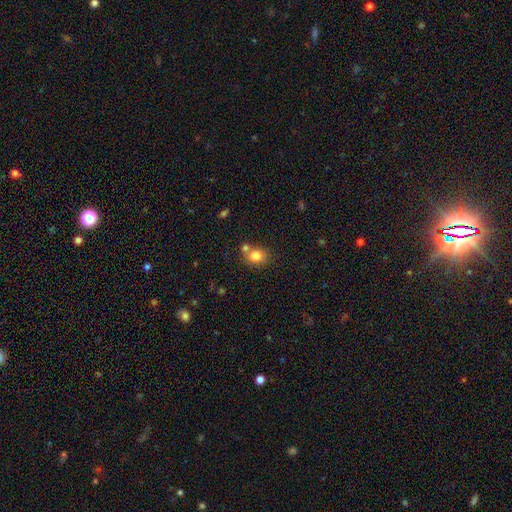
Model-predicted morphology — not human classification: smooth 81%, star or artifact 10%, featured or disk 8%. Down the decision tree: how rounded — round (61%); merging — none (59%).